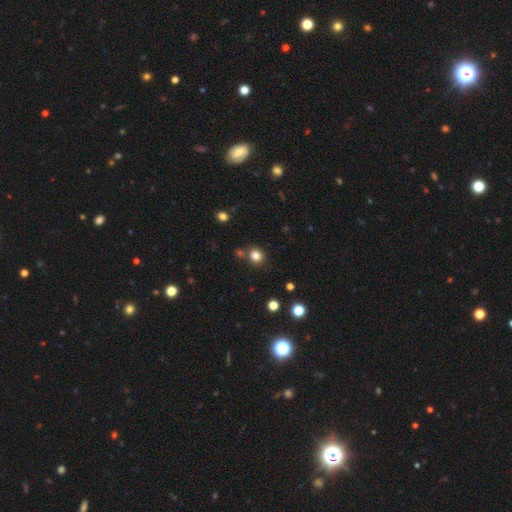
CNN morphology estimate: smooth_or_featured: smooth (p=0.81) [alt: star or artifact p=0.14]
how_rounded: round (p=0.83) [alt: in between p=0.16]
merging: none (p=0.78) [alt: merger p=0.10]